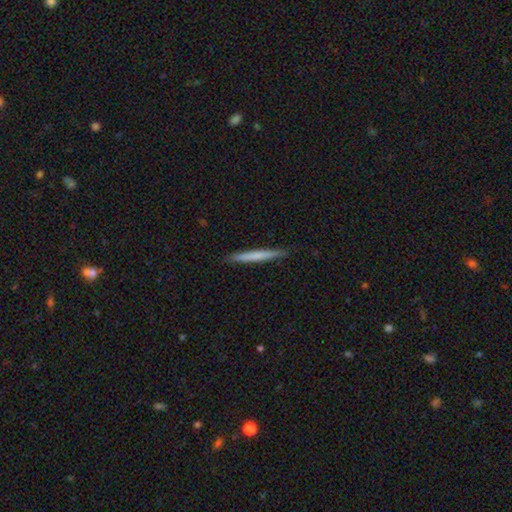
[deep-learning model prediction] A smooth galaxy with no disk features (65%) that is cigar-shaped (97%). Merging: none (89%).